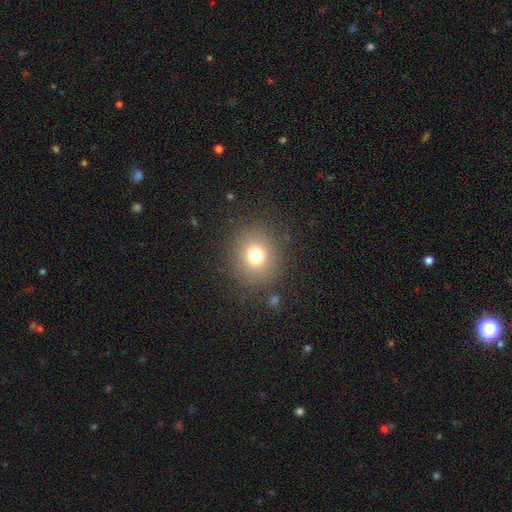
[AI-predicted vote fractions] smooth-or-featured: smooth: 75% | star or artifact: 15% | featured or disk: 10%
  how-rounded: round: 86% | in between: 13% | cigar-shaped: 1%
  merging: none: 86% | minor disturbance: 8% | major disturbance: 4% | merger: 2%